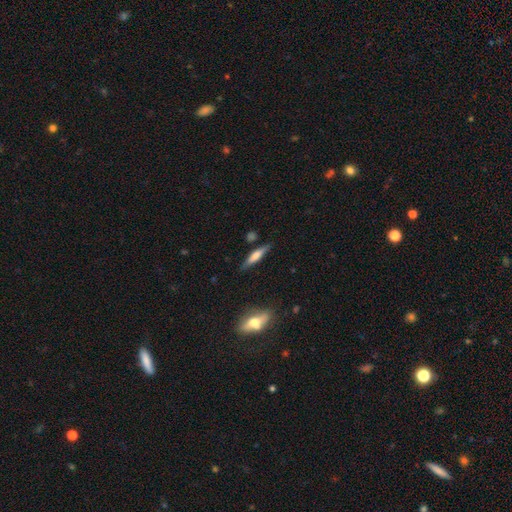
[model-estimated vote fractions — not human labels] smooth_or_featured: smooth (p=0.53) [alt: featured or disk p=0.41]
how_rounded: cigar-shaped (p=0.82) [alt: in between p=0.16]
merging: none (p=0.82) [alt: minor disturbance p=0.12]